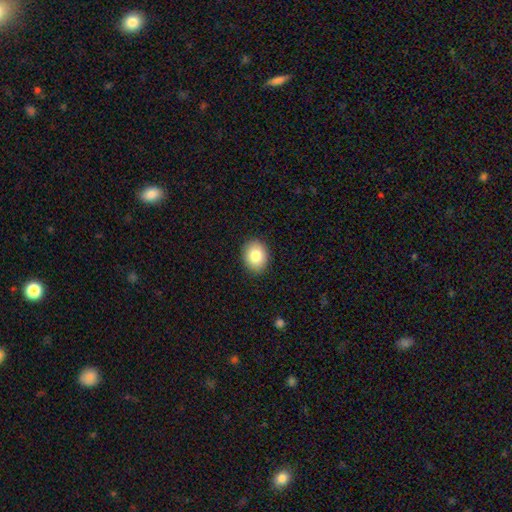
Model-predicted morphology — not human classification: Q: Smooth or featured?
A: smooth (83%); runner-up: featured or disk (9%)
Q: How rounded?
A: round (50%); runner-up: in between (49%)
Q: Merging?
A: none (90%); runner-up: minor disturbance (8%)